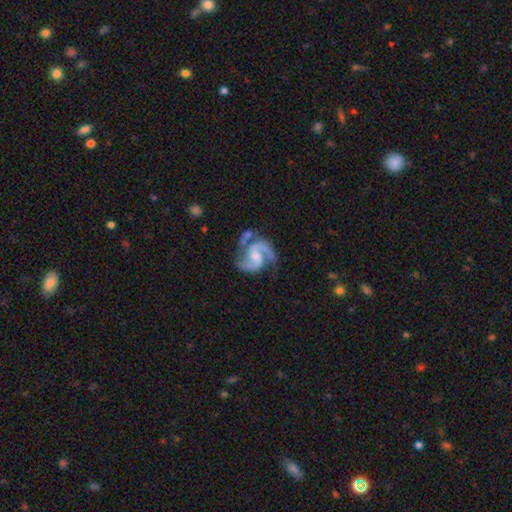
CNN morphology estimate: smooth-or-featured: featured or disk: 92% | star or artifact: 4% | smooth: 4%
  disk-edge-on: no: 98% | yes: 2%
    bar: no: 44% (tied) | weak: 44% (tied) | strong: 12%
    has-spiral-arms: yes: 98% | no: 2%
      spiral-winding: medium: 64% | tight: 22% | loose: 13%
      spiral-arm-count: 2: 90% | 3: 4% | can't tell: 2% | 1: 1% | 4: 1% | more than 4: 1%
    bulge-size: small: 43% | moderate: 34% | none: 18% | large: 3% | dominant: 1%
  merging: none: 65% | minor disturbance: 19% | major disturbance: 9% | merger: 8%